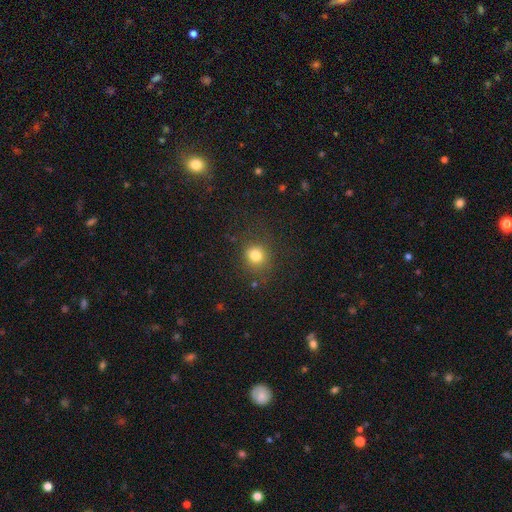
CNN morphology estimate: A smooth galaxy with no disk features (80%) that is round (84%). Merging: none (80%).